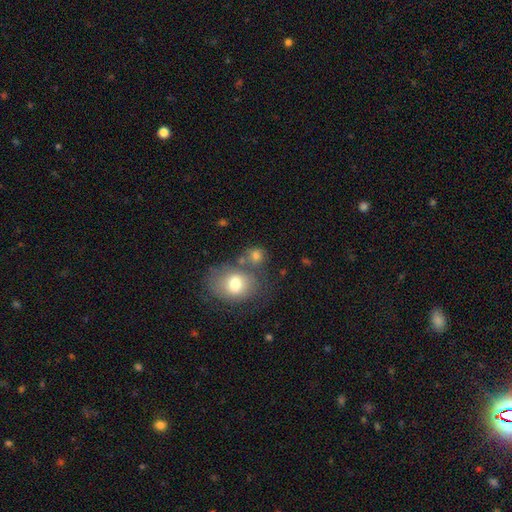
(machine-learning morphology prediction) Smooth or featured?
  - smooth: 76% *
  - featured or disk: 13%
  - star or artifact: 11%
How rounded?
  - round: 63% *
  - in between: 36%
  - cigar-shaped: 1%
Merging?
  - none: 51% *
  - merger: 29%
  - minor disturbance: 13%
  - major disturbance: 7%